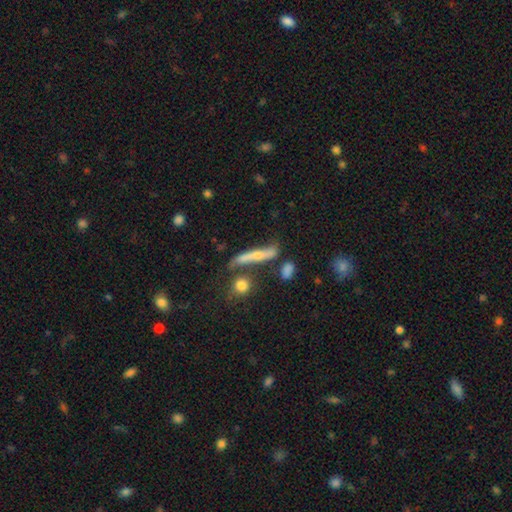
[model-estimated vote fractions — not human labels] Morphology: type=featured or disk (49%); merging=none (60%).